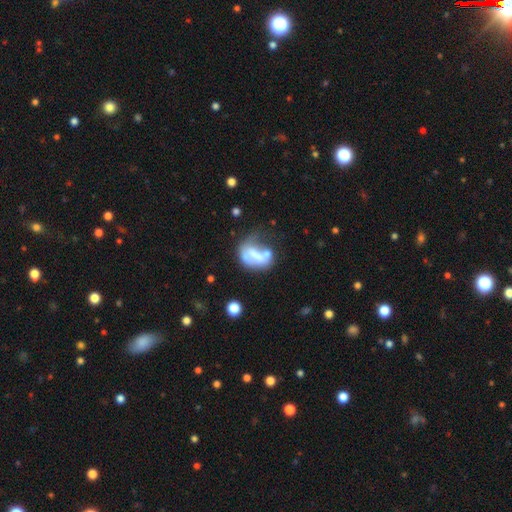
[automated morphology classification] A smooth galaxy with no disk features (48%). Merging: major disturbance (34%).